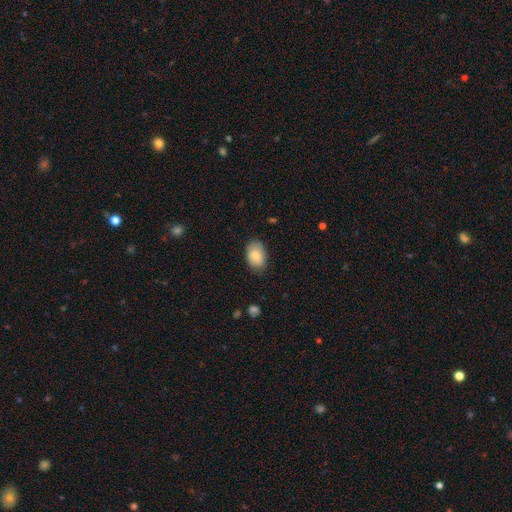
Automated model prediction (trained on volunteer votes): smooth_or_featured: smooth (p=0.83) [alt: featured or disk p=0.10]
how_rounded: in between (p=0.85) [alt: round p=0.14]
merging: none (p=0.76) [alt: minor disturbance p=0.19]